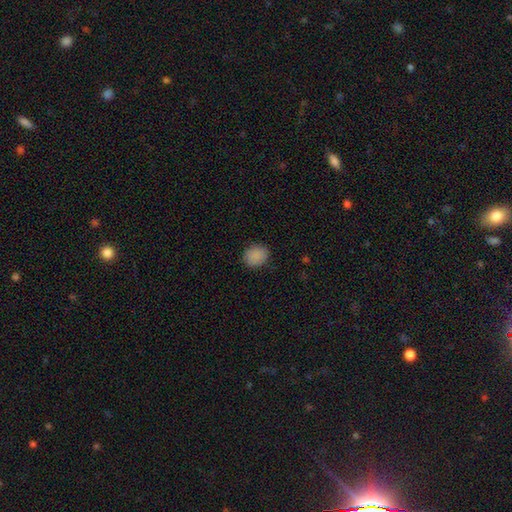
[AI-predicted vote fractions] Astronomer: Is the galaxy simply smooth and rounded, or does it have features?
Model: smooth — 88%.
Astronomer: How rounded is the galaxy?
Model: round — 68%.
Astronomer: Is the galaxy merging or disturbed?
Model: none — 87%.